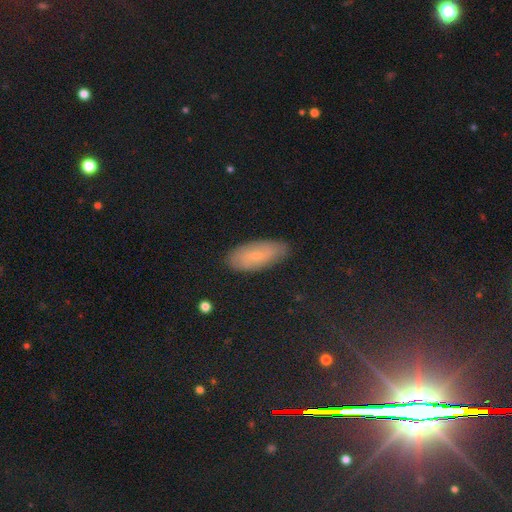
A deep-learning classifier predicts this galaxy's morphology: This appears to be a smooth galaxy with no disk features (49%). Merging: none (83%).